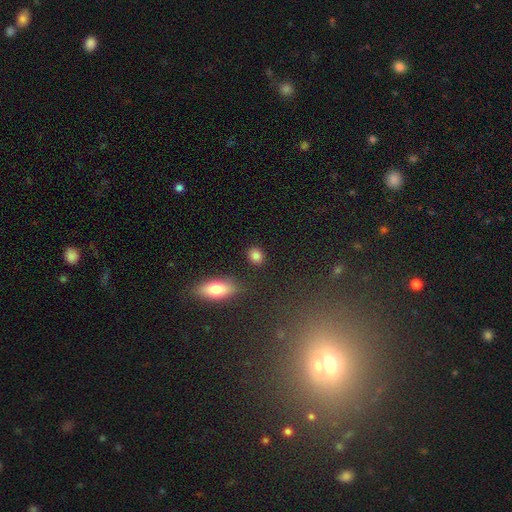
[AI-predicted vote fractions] smooth_or_featured: smooth (p=0.85) [alt: star or artifact p=0.09]
how_rounded: round (p=0.57) [alt: in between p=0.41]
merging: none (p=0.85) [alt: minor disturbance p=0.09]